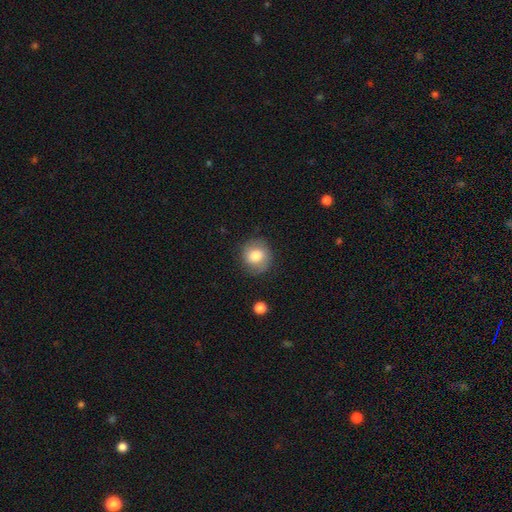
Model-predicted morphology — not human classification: Smooth or featured?
  - smooth: 73% *
  - featured or disk: 19%
  - star or artifact: 8%
How rounded?
  - round: 84% *
  - in between: 15%
  - cigar-shaped: 1%
Merging?
  - none: 79% *
  - minor disturbance: 15%
  - major disturbance: 5%
  - merger: 1%